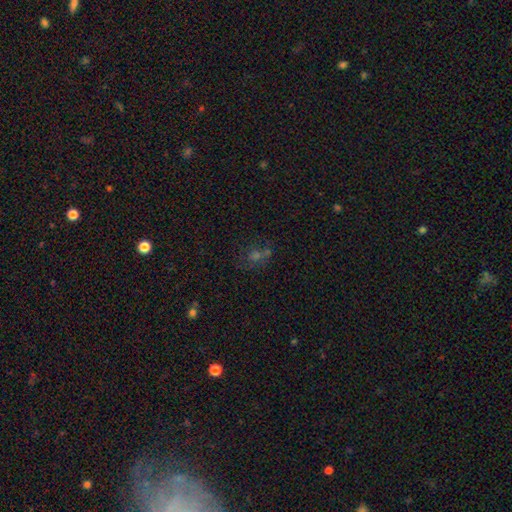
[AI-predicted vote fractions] This is marginally a smooth galaxy (42%). Merging: possibly none (53%).